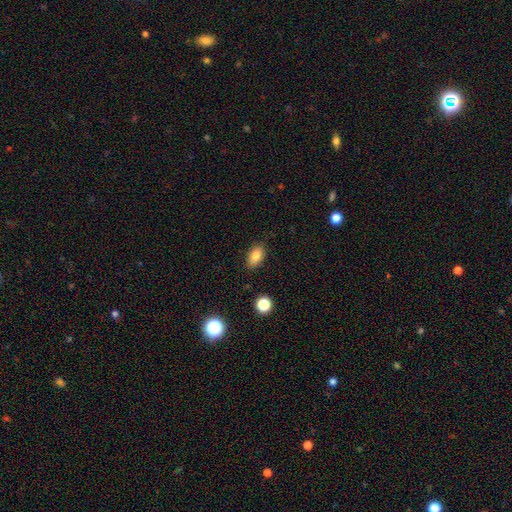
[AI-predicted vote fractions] smooth-or-featured: smooth: 83% | star or artifact: 9% | featured or disk: 8%
  how-rounded: in between: 88% | round: 9% | cigar-shaped: 3%
  merging: none: 85% | minor disturbance: 11% | major disturbance: 3% | merger: 2%